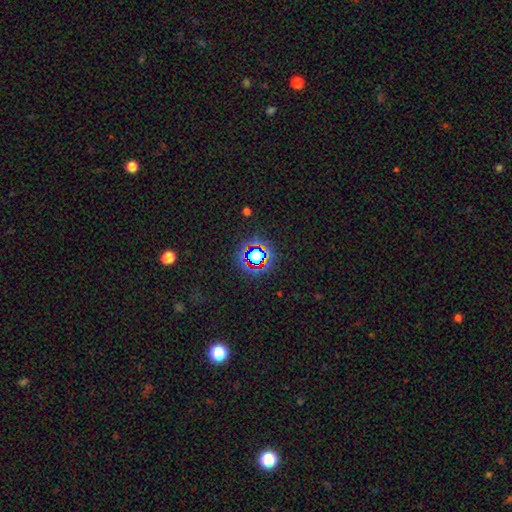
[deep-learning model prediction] Overall: star or artifact (62%; smooth 27%).